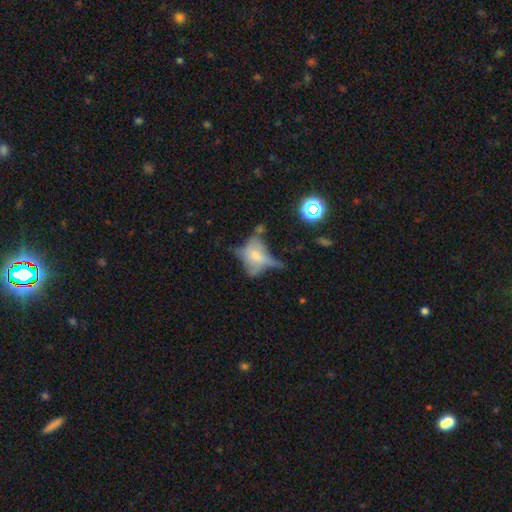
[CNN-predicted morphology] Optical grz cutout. It shows a featured or disk galaxy (46%). Merging: major disturbance (34%).